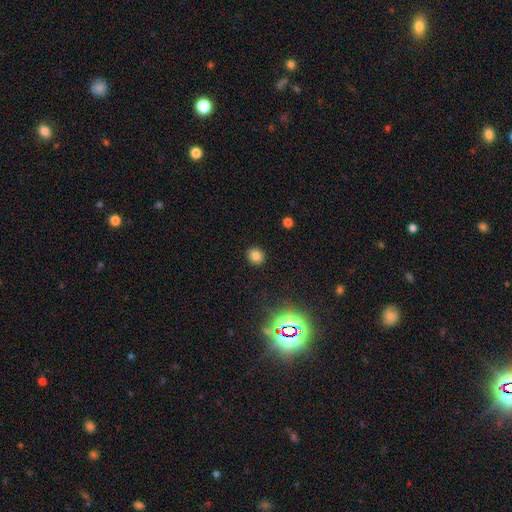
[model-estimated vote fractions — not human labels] Smooth or featured?
  - smooth: 79% *
  - star or artifact: 15%
  - featured or disk: 5%
How rounded?
  - round: 82% *
  - in between: 17%
  - cigar-shaped: 1%
Merging?
  - none: 90% *
  - minor disturbance: 6%
  - major disturbance: 2%
  - merger: 1%